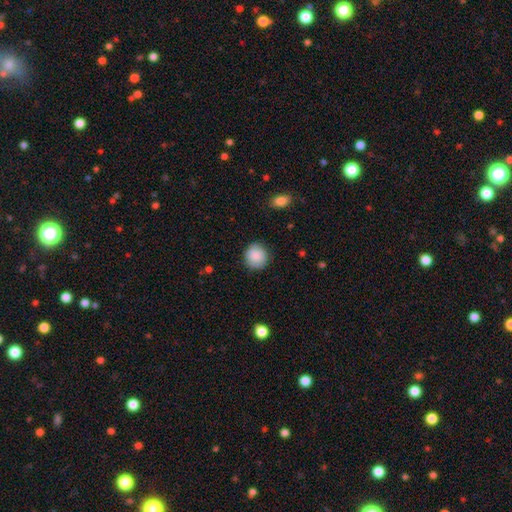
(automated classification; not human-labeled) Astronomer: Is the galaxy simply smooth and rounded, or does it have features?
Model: smooth — 87%.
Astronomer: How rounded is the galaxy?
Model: round — 90%.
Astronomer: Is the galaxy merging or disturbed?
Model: none — 86%.